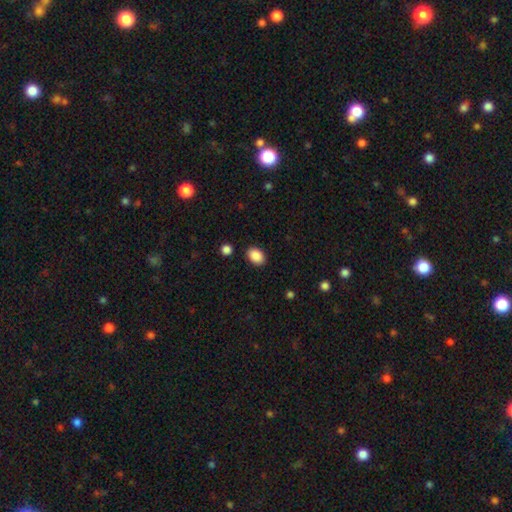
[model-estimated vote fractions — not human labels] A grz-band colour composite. It shows a smooth galaxy with no disk features (89%) that is in between round and cigar-shaped (80%). Merging: none (88%).